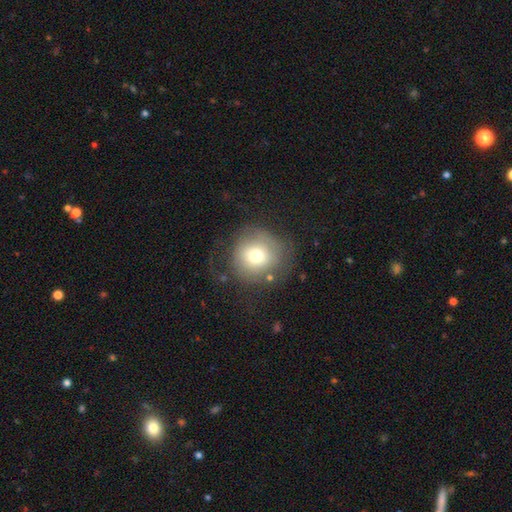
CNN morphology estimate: Smooth or featured? smooth (64%)
How rounded? round (92%)
Merging? none (58%)